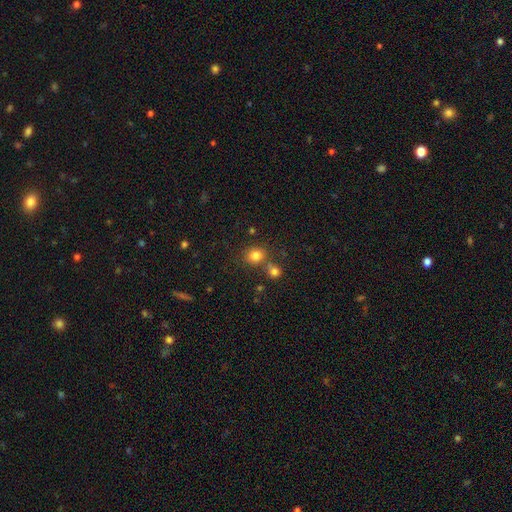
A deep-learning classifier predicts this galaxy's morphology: This appears to be a smooth galaxy with no disk features (80%) that is round (80%). Merging: none (69%).